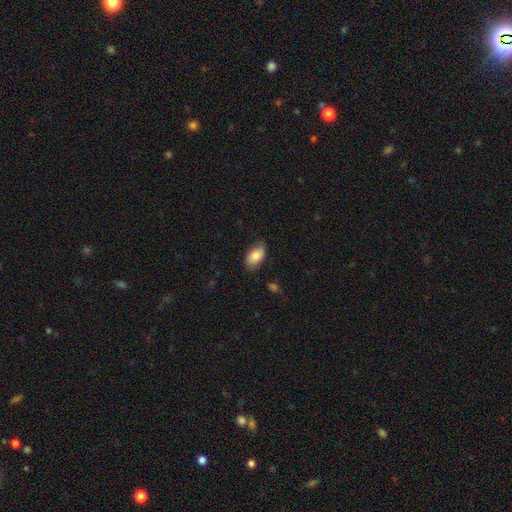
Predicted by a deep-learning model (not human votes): Morphology: type=smooth (81%); roundness=in between (94%); merging=none (77%).